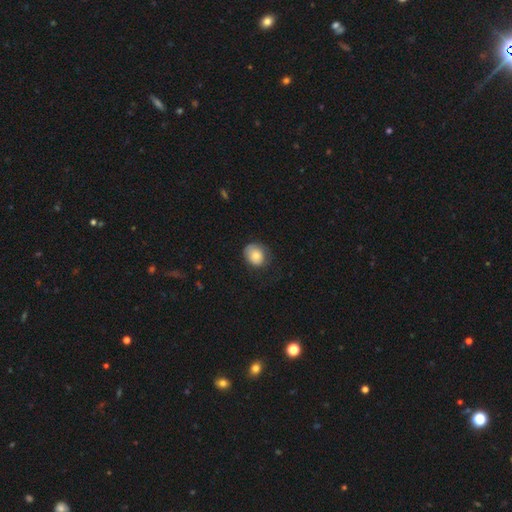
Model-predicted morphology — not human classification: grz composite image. It shows a smooth galaxy with no disk features (77%) that is round (60%). Merging: none (62%).